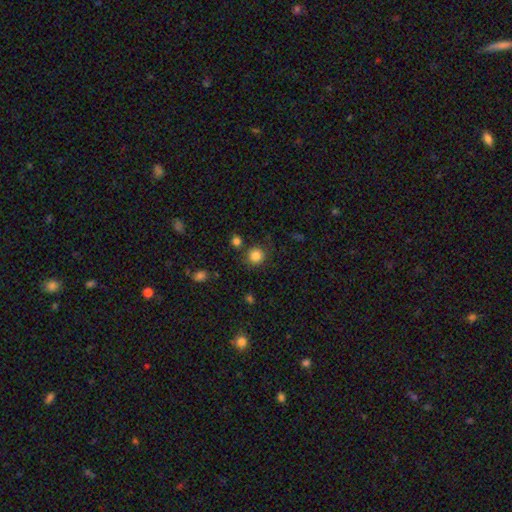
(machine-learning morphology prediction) Smooth or featured? smooth (84%)
How rounded? round (94%)
Merging? none (83%)